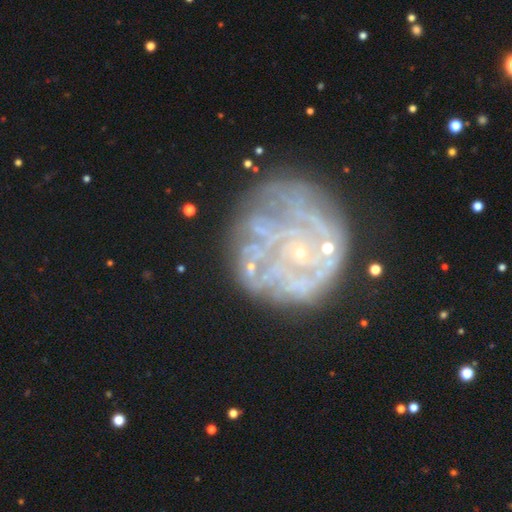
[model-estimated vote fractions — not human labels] A featured or disk galaxy (64%) with no bar (88%), no spiral arms (69%) and a small central bulge (51%). Merging: none (58%).